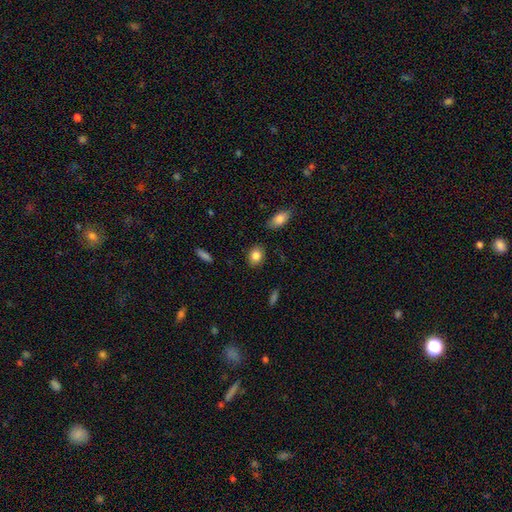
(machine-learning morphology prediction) The model was most divided on "how rounded": in between: 64%, round: 34%, cigar-shaped: 2%. More confident: merging — none (86%); smooth or featured — smooth (84%).